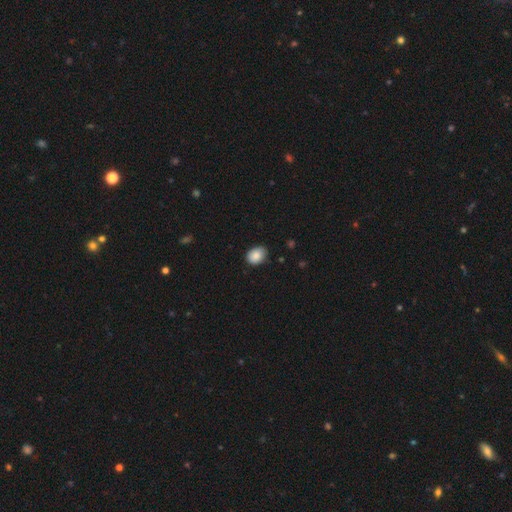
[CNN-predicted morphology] smooth-or-featured: smooth: 87% | star or artifact: 8% | featured or disk: 5%
  how-rounded: in between: 65% | round: 34% | cigar-shaped: 1%
  merging: none: 79% | minor disturbance: 17% | major disturbance: 3% | merger: 1%